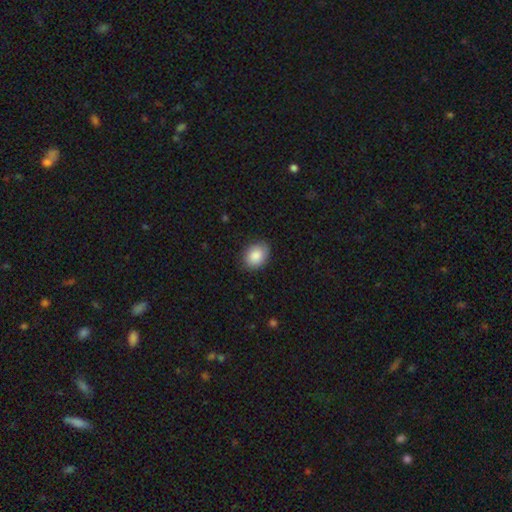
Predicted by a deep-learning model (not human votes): Q: Smooth or featured?
A: smooth (88%); runner-up: star or artifact (7%)
Q: How rounded?
A: in between (74%); runner-up: round (25%)
Q: Merging?
A: none (85%); runner-up: minor disturbance (12%)